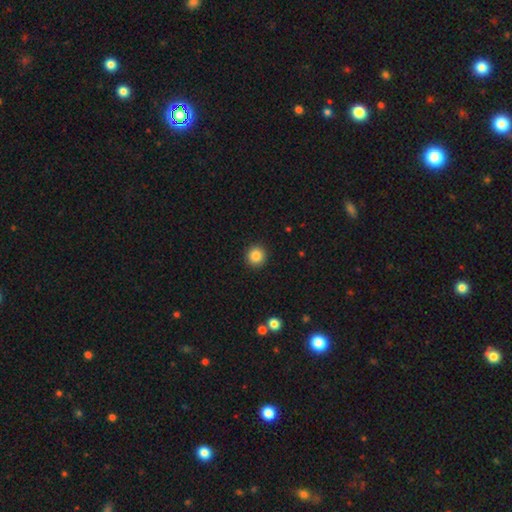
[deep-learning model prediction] smooth_or_featured: smooth (p=0.86) [alt: star or artifact p=0.10]
how_rounded: round (p=0.94) [alt: in between p=0.05]
merging: none (p=0.92) [alt: minor disturbance p=0.05]